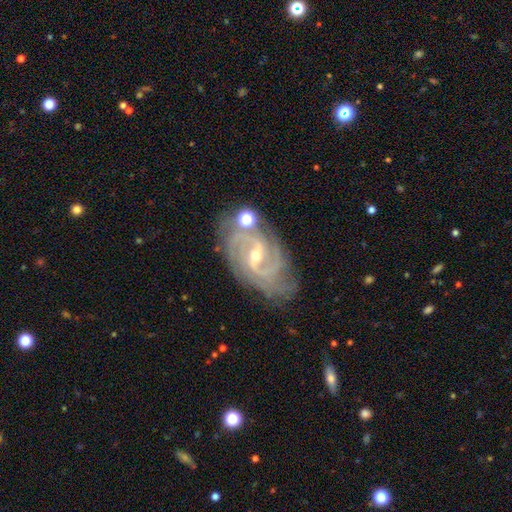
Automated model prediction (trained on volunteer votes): A featured or disk galaxy (89%) with a weak bar (50%), 2 (41%) tight (50%) spiral arms (98%) and a small central bulge (64%). Merging: none (73%).